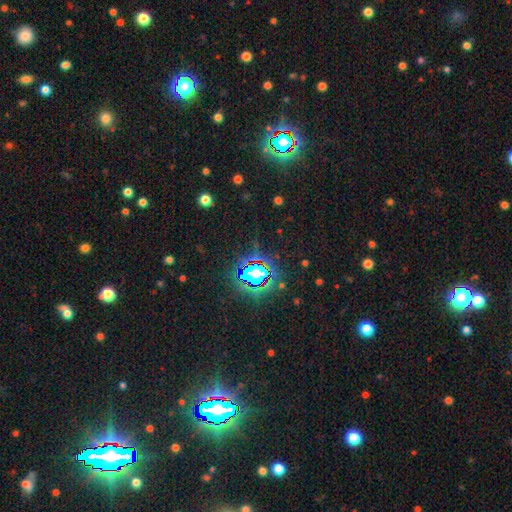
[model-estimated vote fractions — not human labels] The model was most divided on "smooth or featured": star or artifact: 85%, smooth: 9%, featured or disk: 7%.